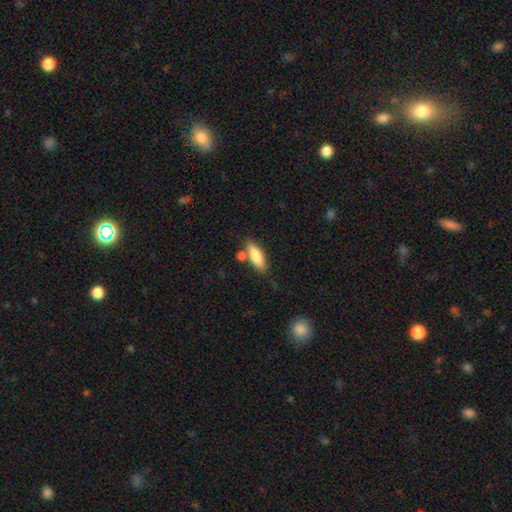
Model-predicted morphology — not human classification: Smooth or featured: smooth — 79% (featured or disk — 15%)
How rounded: in between — 59% (cigar-shaped — 38%)
Merging: none — 69% (merger — 14%)